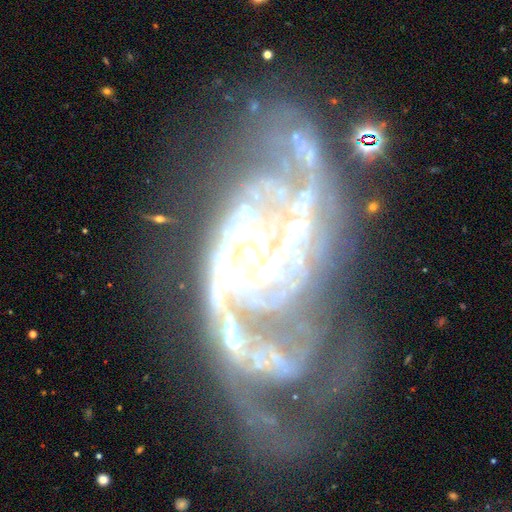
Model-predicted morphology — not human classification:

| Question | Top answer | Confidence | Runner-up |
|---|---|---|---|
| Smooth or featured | featured or disk | 89% | star or artifact (8%) |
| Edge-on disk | no | 97% | yes (3%) |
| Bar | no | 49% | weak (27%) |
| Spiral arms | yes | 95% | no (5%) |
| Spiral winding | tight | 50% | medium (38%) |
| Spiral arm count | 2 | 32% | 3 (21%) |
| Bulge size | small | 40% | moderate (31%) |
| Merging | none | 41% | major disturbance (32%) |